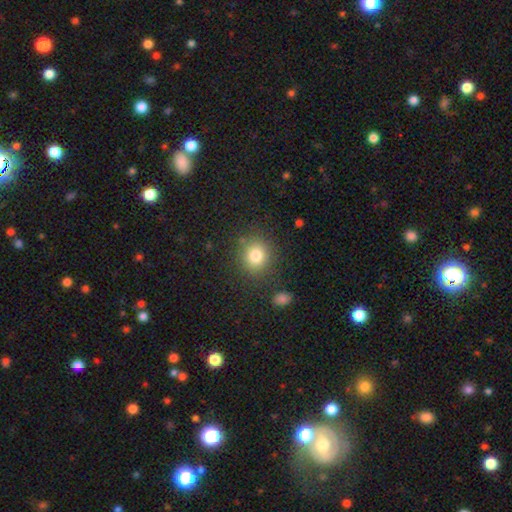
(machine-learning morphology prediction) Q: Smooth or featured?
A: smooth (80%); runner-up: star or artifact (12%)
Q: How rounded?
A: round (80%); runner-up: in between (19%)
Q: Merging?
A: none (84%); runner-up: minor disturbance (9%)